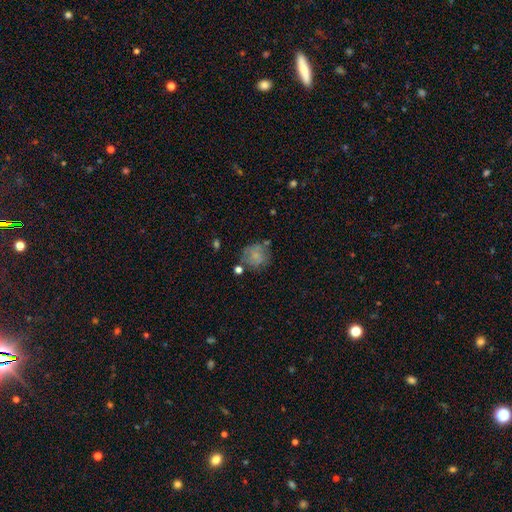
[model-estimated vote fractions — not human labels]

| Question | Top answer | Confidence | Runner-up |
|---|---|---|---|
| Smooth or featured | smooth | 70% | featured or disk (20%) |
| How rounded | round | 83% | in between (16%) |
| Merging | none | 58% | minor disturbance (22%) |